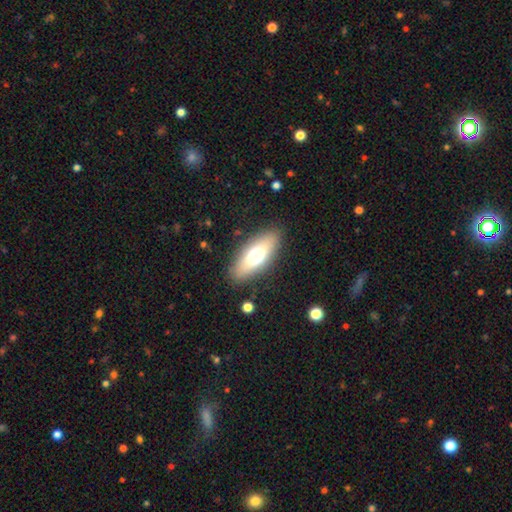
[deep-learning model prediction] The model was most divided on "smooth or featured": smooth: 65%, featured or disk: 27%, star or artifact: 8%. More confident: merging — none (86%); how rounded — in between (70%).